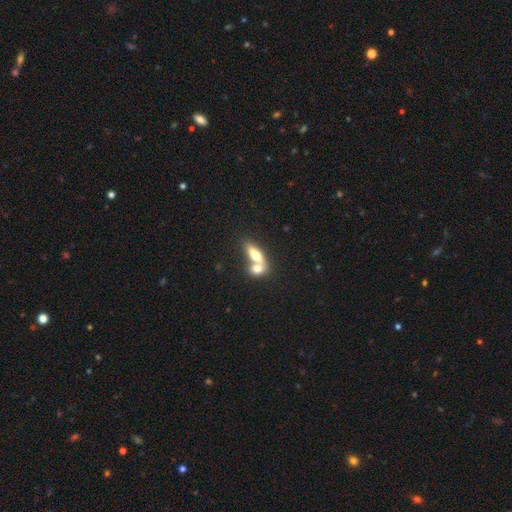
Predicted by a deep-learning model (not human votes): The model was most divided on "smooth or featured": smooth: 67%, featured or disk: 26%, star or artifact: 7%. More confident: how rounded — in between (72%); merging — merger (70%).